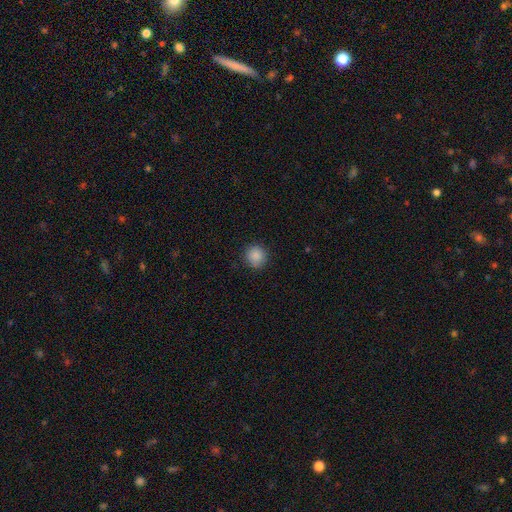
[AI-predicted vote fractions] The model was most divided on "smooth or featured": smooth: 87%, star or artifact: 9%, featured or disk: 3%. More confident: how rounded — round (92%); merging — none (88%).